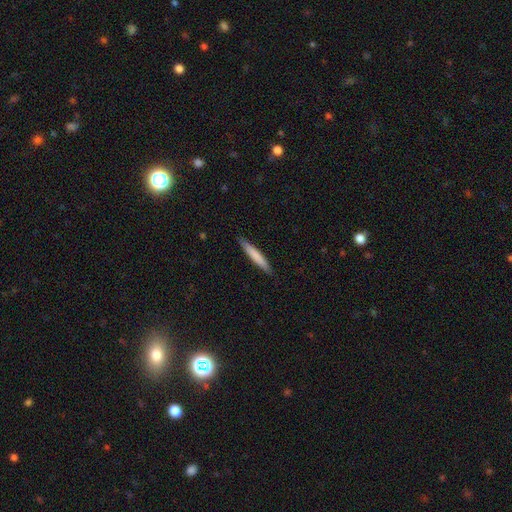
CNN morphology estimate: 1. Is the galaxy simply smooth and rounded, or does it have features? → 75% smooth, 20% featured or disk, 5% star or artifact.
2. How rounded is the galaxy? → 94% cigar-shaped, 5% in between, 1% round.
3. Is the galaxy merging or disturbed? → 89% none, 8% minor disturbance, 1% major disturbance, 1% merger.